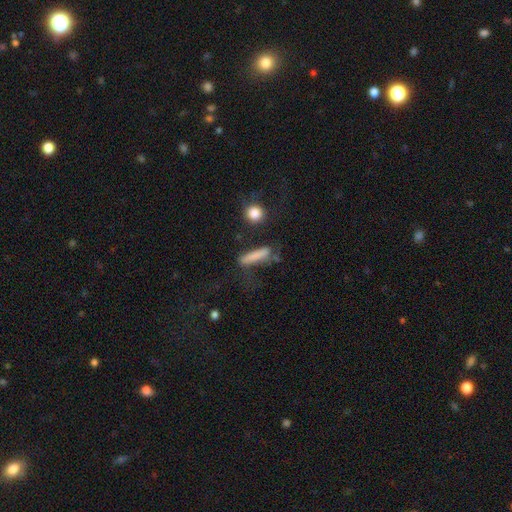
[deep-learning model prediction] Q: Smooth or featured?
A: smooth (75%); runner-up: featured or disk (15%)
Q: How rounded?
A: cigar-shaped (82%); runner-up: in between (14%)
Q: Merging?
A: none (57%); runner-up: minor disturbance (21%)